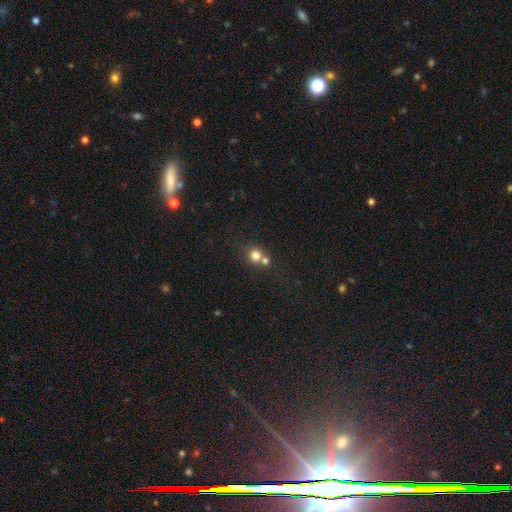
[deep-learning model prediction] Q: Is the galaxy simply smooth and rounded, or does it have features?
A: smooth — 78%.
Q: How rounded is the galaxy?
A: round — 87%.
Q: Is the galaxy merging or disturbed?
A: none — 48%.